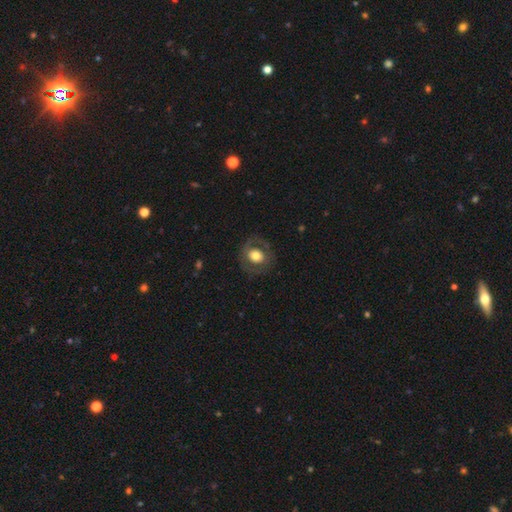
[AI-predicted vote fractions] A smooth galaxy with no disk features (56%) that is round (79%).

Vote fractions:
- Smooth or featured? smooth: 56% / featured or disk: 36% / star or artifact: 8%
- How rounded? round: 79% / in between: 20% / cigar-shaped: 1%
- Merging? none: 78% / minor disturbance: 13% / major disturbance: 8% / merger: 1%